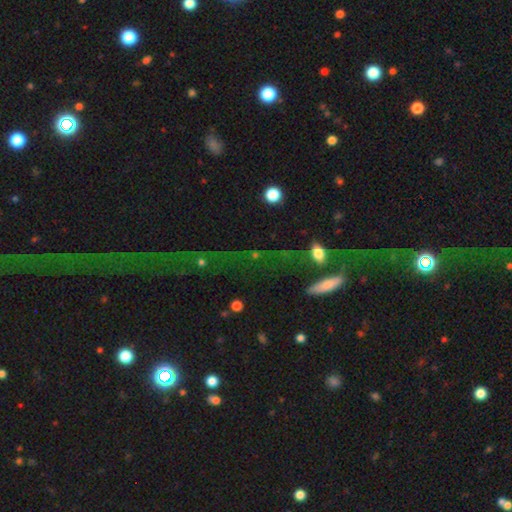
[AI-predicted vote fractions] Smooth or featured: star or artifact — 35% (tied with smooth — 35%)